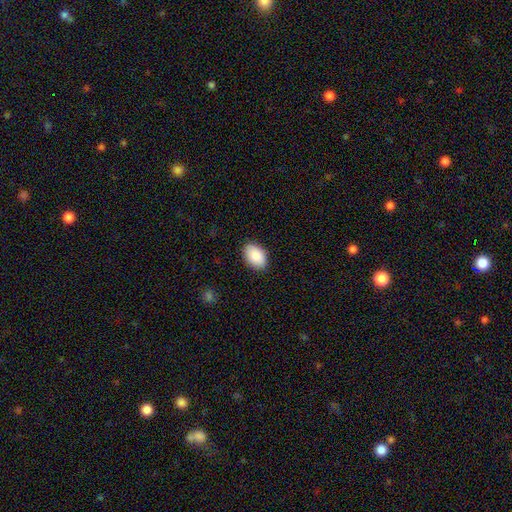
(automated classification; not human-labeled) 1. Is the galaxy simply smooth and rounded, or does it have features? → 88% smooth, 6% star or artifact, 5% featured or disk.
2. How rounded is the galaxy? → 90% in between, 9% round, 1% cigar-shaped.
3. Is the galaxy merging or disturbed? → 88% none, 9% minor disturbance, 2% major disturbance, 1% merger.